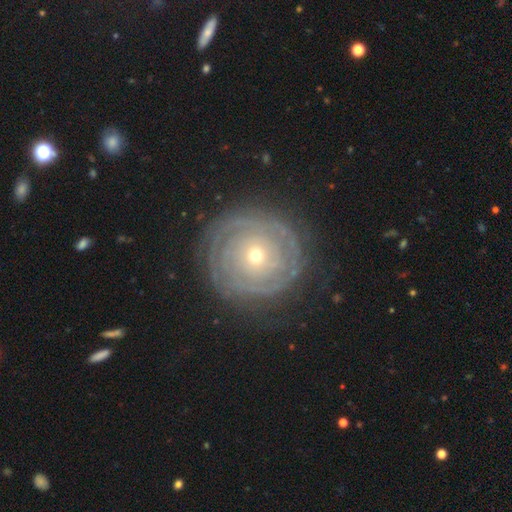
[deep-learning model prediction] smooth_or_featured: featured or disk (p=0.80) [alt: smooth p=0.13]
disk_edge_on: no (p=0.97) [alt: yes p=0.03]
bar: no (p=0.84) [alt: weak p=0.11]
has_spiral_arms: yes (p=0.88) [alt: no p=0.12]
spiral_winding: tight (p=0.88) [alt: medium p=0.09]
spiral_arm_count: can't tell (p=0.39) [alt: 2 p=0.22]
bulge_size: small (p=0.63) [alt: moderate p=0.34]
merging: none (p=0.83) [alt: minor disturbance p=0.11]